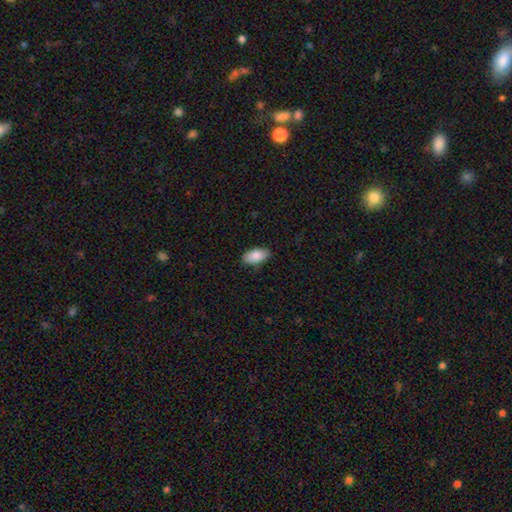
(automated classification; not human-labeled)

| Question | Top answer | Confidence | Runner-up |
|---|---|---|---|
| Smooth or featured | smooth | 87% | featured or disk (6%) |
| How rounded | in between | 93% | cigar-shaped (4%) |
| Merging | none | 86% | minor disturbance (11%) |